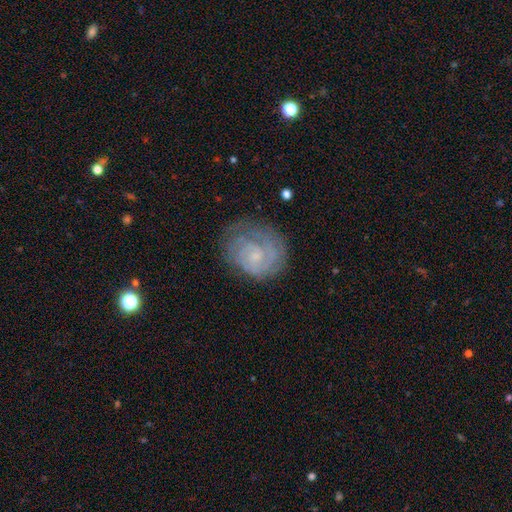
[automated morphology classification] The model was most divided on "spiral arm count": 2: 35%, can't tell: 33%, 3: 15%, 1: 7%, 4: 6%, more than 4: 4%. More confident: edge-on disk — no (98%); spiral arms — yes (94%); smooth or featured — featured or disk (77%); bulge size — small (71%); spiral winding — tight (70%); merging — none (69%); bar — no (68%).